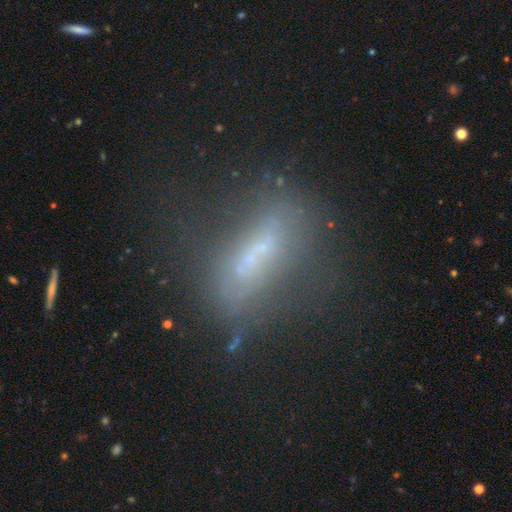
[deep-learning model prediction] This is possibly a featured or disk galaxy (47%). Merging: possibly none (51%).